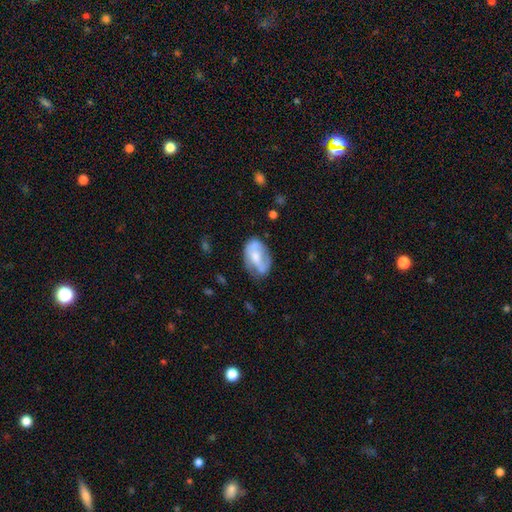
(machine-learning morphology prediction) A featured or disk galaxy (54%) with no bar (49%), spiral arms (60%) and a moderate central bulge (50%). Merging: none (53%).